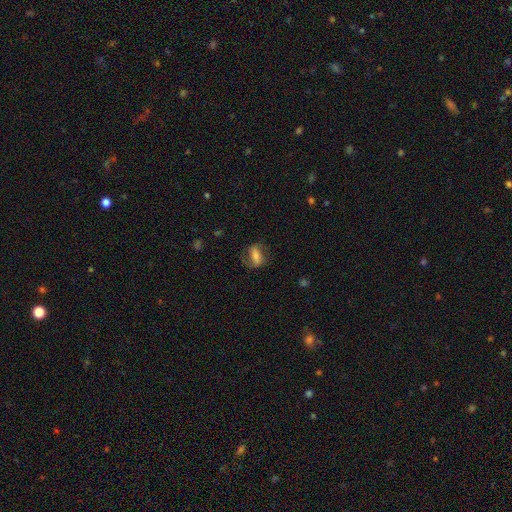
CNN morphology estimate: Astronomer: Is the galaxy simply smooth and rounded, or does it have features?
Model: featured or disk — 46% (runner-up: smooth, 45%).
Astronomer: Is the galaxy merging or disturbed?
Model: none — 66%.